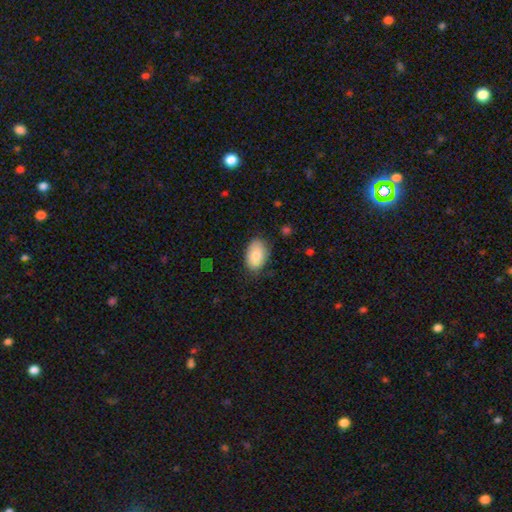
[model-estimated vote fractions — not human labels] Smooth or featured?
  - smooth: 86% *
  - featured or disk: 8%
  - star or artifact: 6%
How rounded?
  - in between: 92% *
  - round: 7%
  - cigar-shaped: 1%
Merging?
  - none: 77% *
  - minor disturbance: 18%
  - major disturbance: 4%
  - merger: 1%